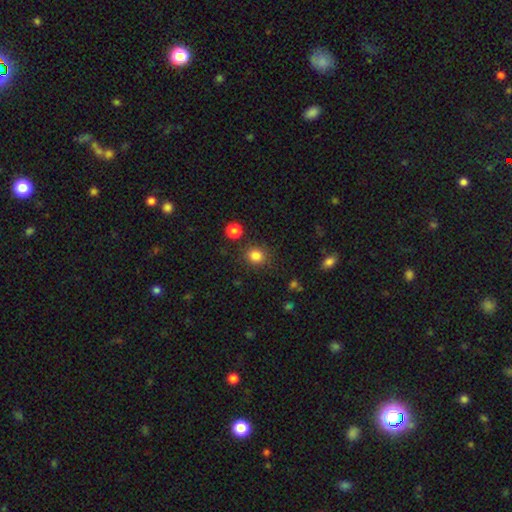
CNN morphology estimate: The model was most divided on "how rounded": round: 80%, in between: 20%, cigar-shaped: 1%. More confident: smooth or featured — smooth (84%); merging — none (84%).